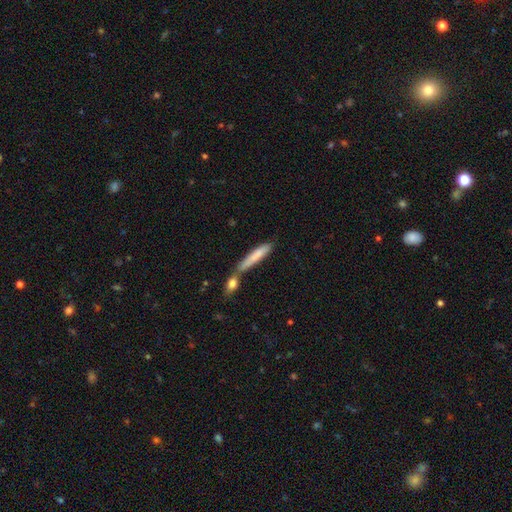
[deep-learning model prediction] Smooth or featured? Predicted: smooth (p=0.74). How rounded? Predicted: cigar-shaped (p=0.86). Merging? Predicted: none (p=0.50).